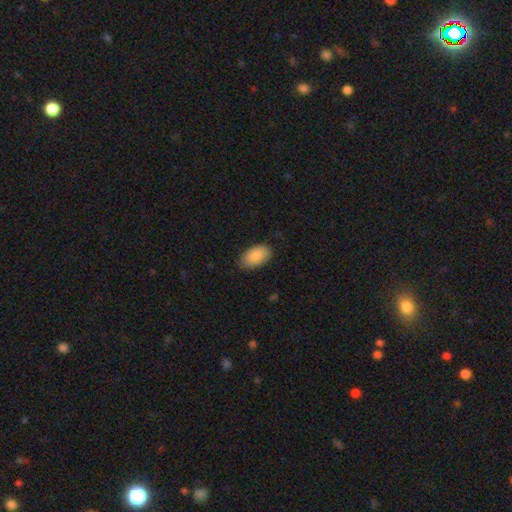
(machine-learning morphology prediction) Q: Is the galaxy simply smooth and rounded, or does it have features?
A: smooth — 88%.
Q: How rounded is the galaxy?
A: in between — 94%.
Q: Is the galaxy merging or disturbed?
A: none — 81%.